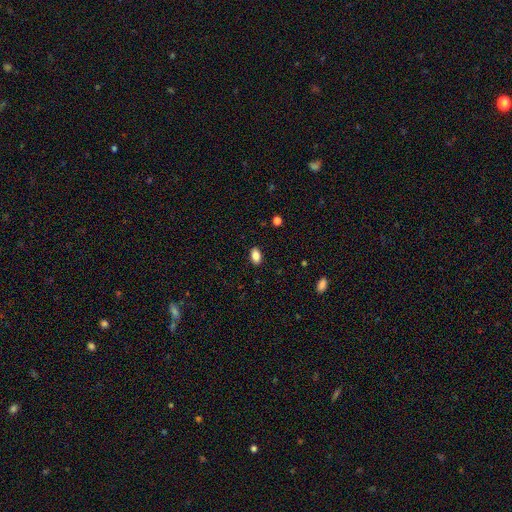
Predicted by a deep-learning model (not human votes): smooth 86%, star or artifact 9%, featured or disk 5%. Down the decision tree: how rounded — in between (90%); merging — none (89%).